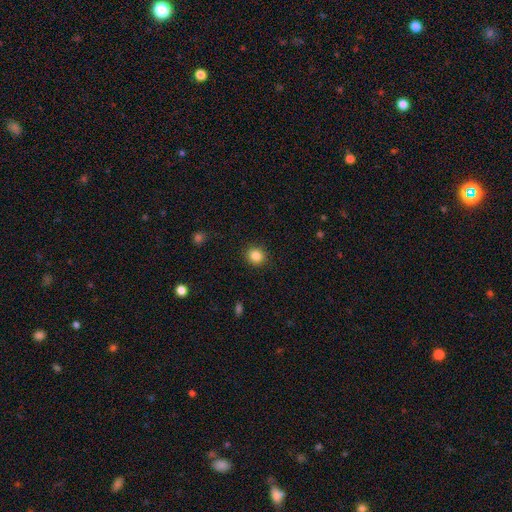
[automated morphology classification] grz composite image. It shows a smooth galaxy with no disk features (85%) that is round (85%). Merging: none (91%).